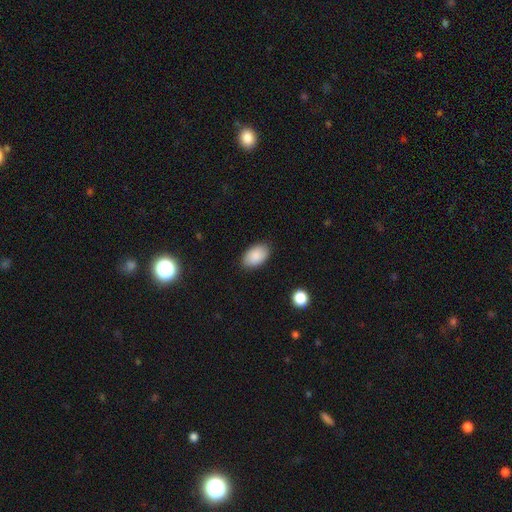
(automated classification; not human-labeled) Overall: smooth (89%). How rounded: in between (94%). Merging: none (87%).